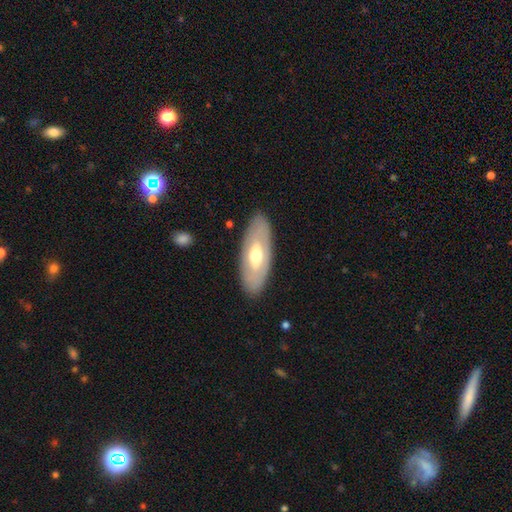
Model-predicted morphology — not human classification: smooth-or-featured: featured or disk: 55% | smooth: 40% | star or artifact: 5%
  disk-edge-on: no: 80% | yes: 20%
  merging: none: 86% | minor disturbance: 10% | major disturbance: 3% | merger: 1%